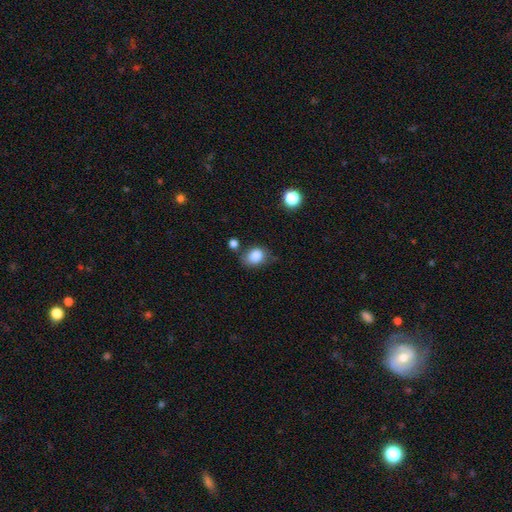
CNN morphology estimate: Overall: smooth (84%). How rounded: in between (60%; round 39%). Merging: none (62%; minor disturbance 24%).